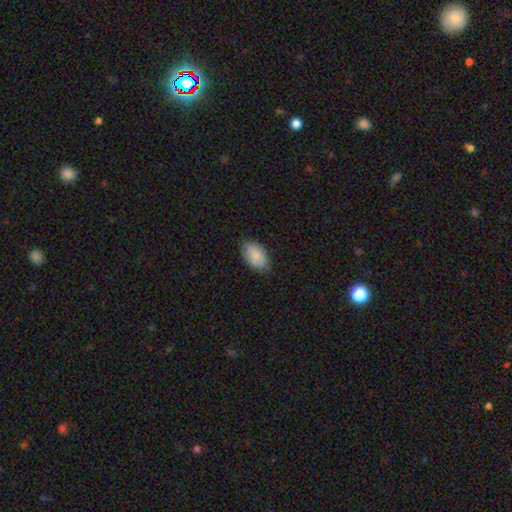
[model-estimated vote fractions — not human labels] This is clearly a smooth galaxy (84%). How rounded: clearly in between (93%). Merging: clearly none (81%).